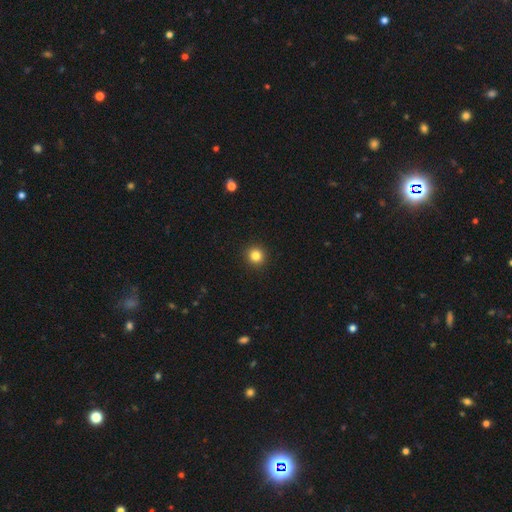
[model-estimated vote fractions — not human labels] Q: Smooth or featured?
A: smooth (84%); runner-up: star or artifact (12%)
Q: How rounded?
A: round (94%); runner-up: in between (5%)
Q: Merging?
A: none (93%); runner-up: minor disturbance (4%)